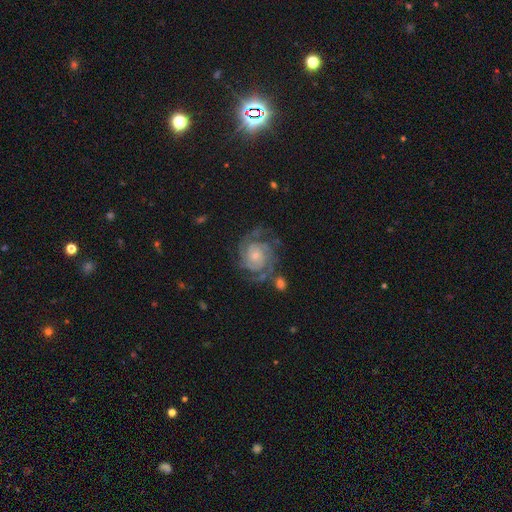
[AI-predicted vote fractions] smooth_or_featured: featured or disk (p=0.88) [alt: smooth p=0.07]
disk_edge_on: no (p=0.98) [alt: yes p=0.02]
bar: no (p=0.76) [alt: weak p=0.20]
has_spiral_arms: yes (p=0.97) [alt: no p=0.03]
spiral_winding: tight (p=0.64) [alt: medium p=0.30]
spiral_arm_count: 2 (p=0.34) [alt: 3 p=0.26]
bulge_size: small (p=0.68) [alt: moderate p=0.24]
merging: none (p=0.64) [alt: minor disturbance p=0.18]